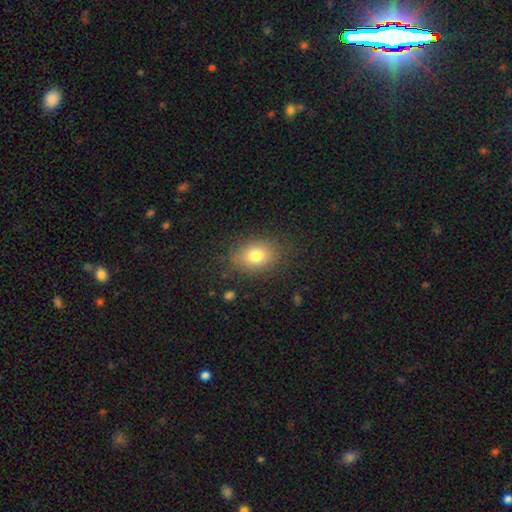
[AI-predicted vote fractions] Smooth or featured? smooth (78%)
How rounded? in between (65%)
Merging? none (80%)